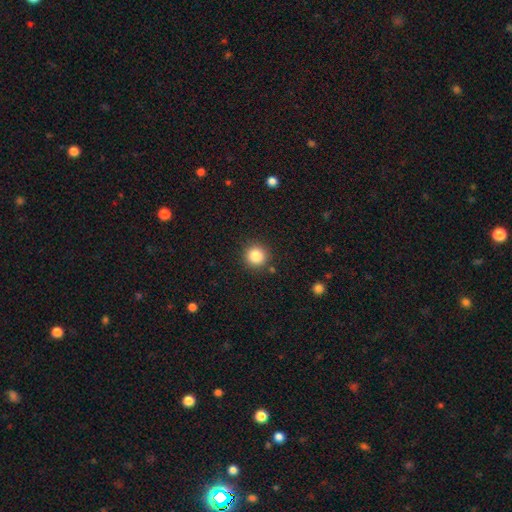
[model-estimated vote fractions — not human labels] Q: Smooth or featured?
A: smooth (84%); runner-up: star or artifact (11%)
Q: How rounded?
A: round (95%); runner-up: in between (4%)
Q: Merging?
A: none (89%); runner-up: minor disturbance (6%)